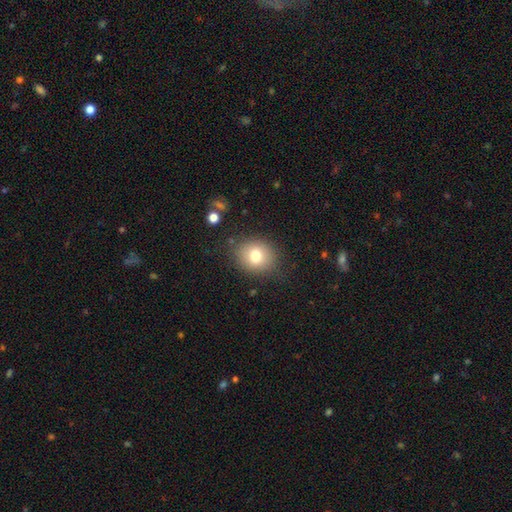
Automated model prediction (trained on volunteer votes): A smooth galaxy with no disk features (76%) that is round (70%). Merging: none (82%).